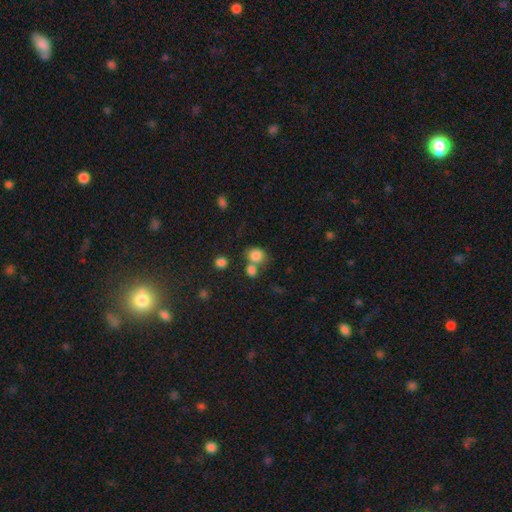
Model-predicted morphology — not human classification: smooth_or_featured: smooth (p=0.82) [alt: star or artifact p=0.11]
how_rounded: round (p=0.68) [alt: in between p=0.31]
merging: none (p=0.49) [alt: merger p=0.34]